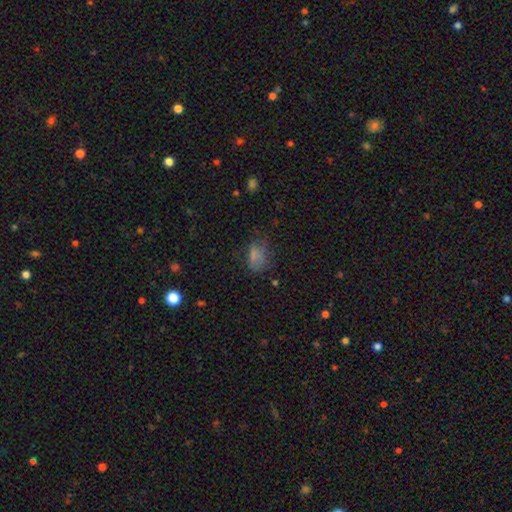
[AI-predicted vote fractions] Smooth or featured? Predicted: smooth (p=0.66). How rounded? Predicted: in between (p=0.80). Merging? Predicted: none (p=0.47).